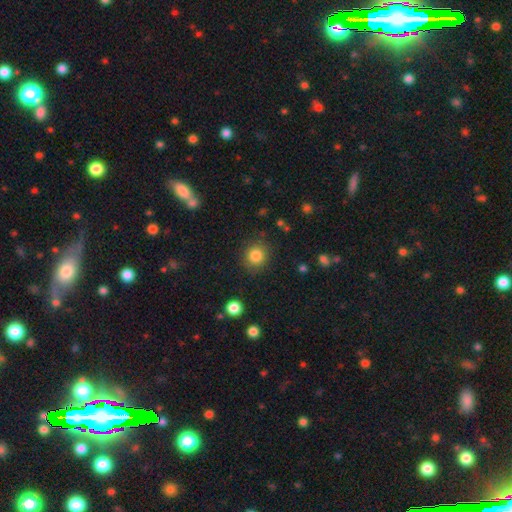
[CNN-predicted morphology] smooth_or_featured: smooth (p=0.84) [alt: star or artifact p=0.11]
how_rounded: round (p=0.89) [alt: in between p=0.10]
merging: none (p=0.87) [alt: minor disturbance p=0.08]